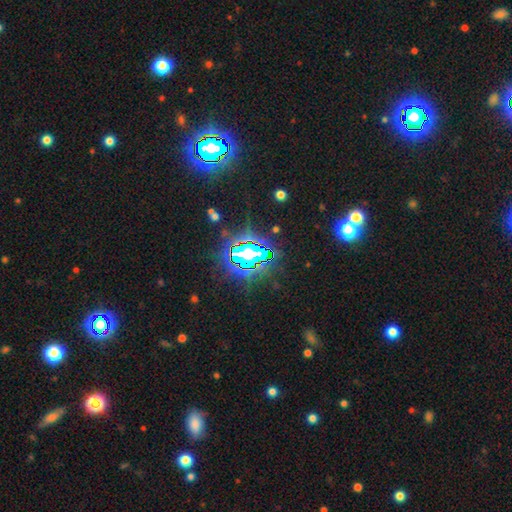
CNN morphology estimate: smooth_or_featured: star or artifact (p=0.83) [alt: smooth p=0.10]